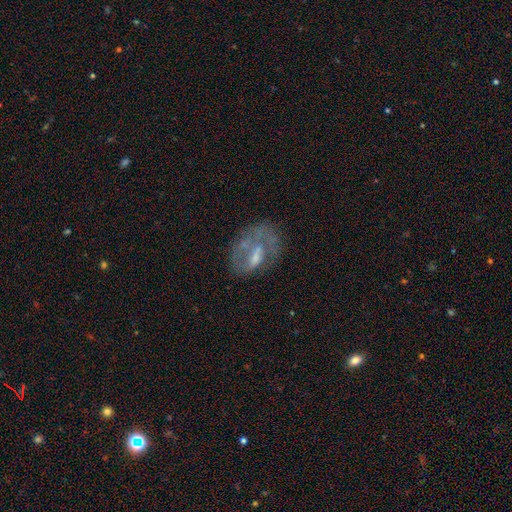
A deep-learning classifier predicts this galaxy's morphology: Smooth or featured?
  - featured or disk: 56% *
  - smooth: 32%
  - star or artifact: 12%
Edge-on disk?
  - no: 96% *
  - yes: 4%
Bar?
  - no: 57% *
  - weak: 32%
  - strong: 10%
Spiral arms?
  - no: 70% *
  - yes: 30%
Bulge size?
  - moderate: 37% *
  - small: 30%
  - none: 26%
  - large: 5%
  - dominant: 1%
Merging?
  - none: 42% *
  - major disturbance: 29%
  - minor disturbance: 22%
  - merger: 6%